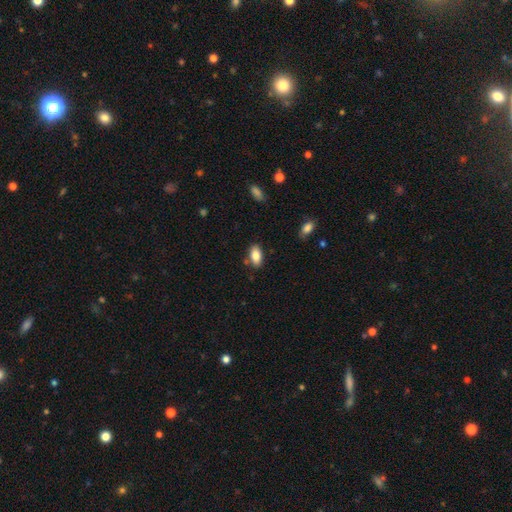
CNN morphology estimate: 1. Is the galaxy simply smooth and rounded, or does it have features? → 84% smooth, 9% featured or disk, 7% star or artifact.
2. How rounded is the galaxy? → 92% in between, 4% cigar-shaped, 4% round.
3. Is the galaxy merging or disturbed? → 81% none, 12% minor disturbance, 4% merger, 3% major disturbance.